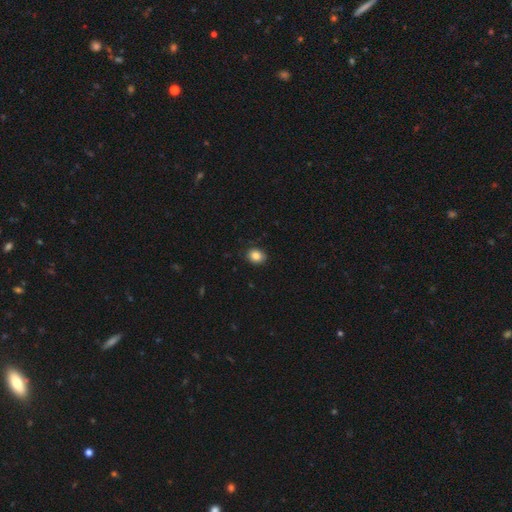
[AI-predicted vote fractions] Q: Smooth or featured?
A: smooth (86%); runner-up: star or artifact (9%)
Q: How rounded?
A: round (54%); runner-up: in between (45%)
Q: Merging?
A: none (83%); runner-up: minor disturbance (13%)